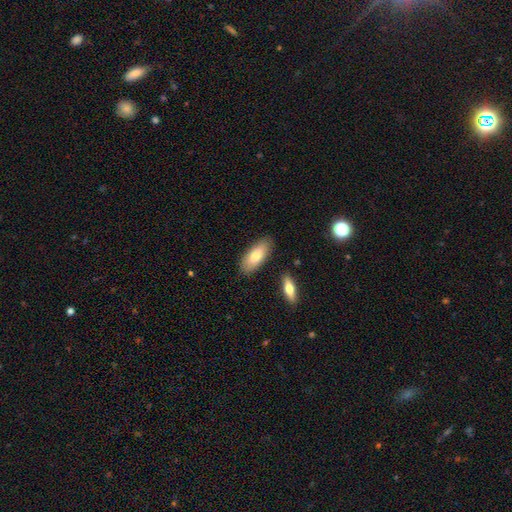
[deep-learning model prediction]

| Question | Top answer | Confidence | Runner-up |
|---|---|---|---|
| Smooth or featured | smooth | 78% | featured or disk (16%) |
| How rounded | in between | 81% | cigar-shaped (17%) |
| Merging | none | 84% | minor disturbance (11%) |